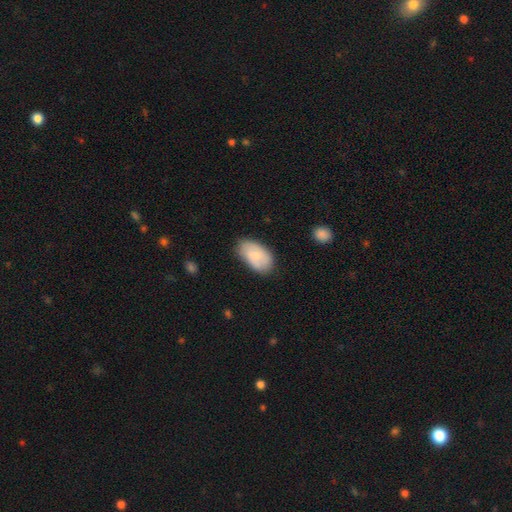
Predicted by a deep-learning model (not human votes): Q: Smooth or featured?
A: smooth (69%); runner-up: featured or disk (25%)
Q: How rounded?
A: in between (93%); runner-up: round (5%)
Q: Merging?
A: none (73%); runner-up: minor disturbance (21%)